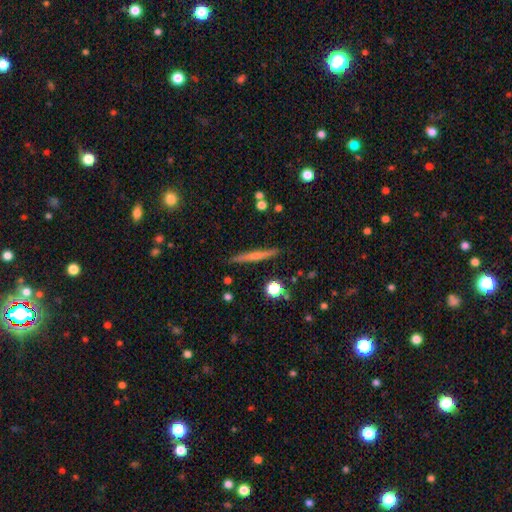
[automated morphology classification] The model was most divided on "smooth or featured": smooth: 47%, featured or disk: 46%, star or artifact: 8%. More confident: merging — none (88%).